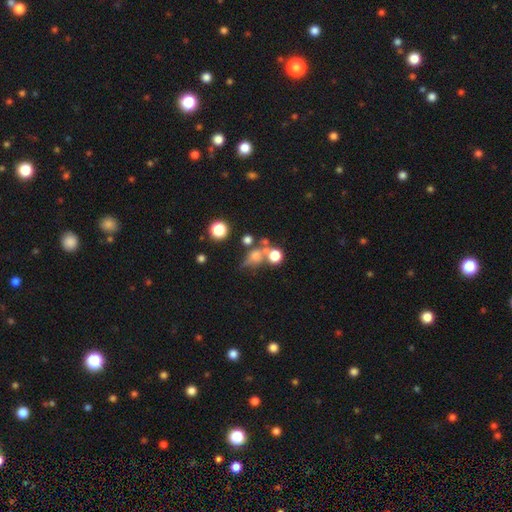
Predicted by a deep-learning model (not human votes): Smooth or featured? Predicted: smooth (p=0.60). How rounded? Predicted: round (p=0.69). Merging? Predicted: none (p=0.42).